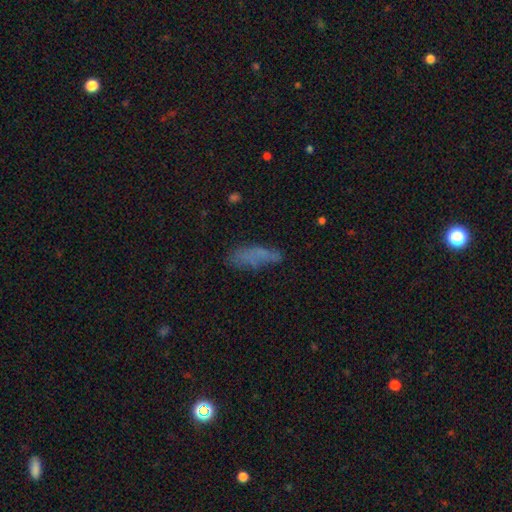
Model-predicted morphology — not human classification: Smooth or featured? Predicted: smooth (p=0.62). How rounded? Predicted: cigar-shaped (p=0.50). Merging? Predicted: none (p=0.58).